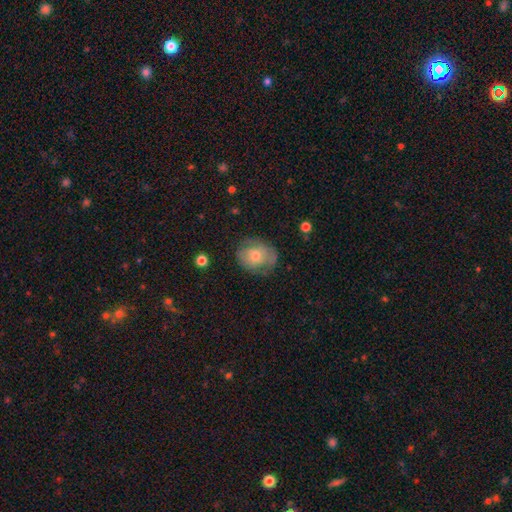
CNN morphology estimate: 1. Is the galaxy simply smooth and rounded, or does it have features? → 60% smooth, 32% featured or disk, 9% star or artifact.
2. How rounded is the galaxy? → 54% round, 45% in between, 1% cigar-shaped.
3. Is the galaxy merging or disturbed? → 64% none, 25% minor disturbance, 9% major disturbance, 1% merger.